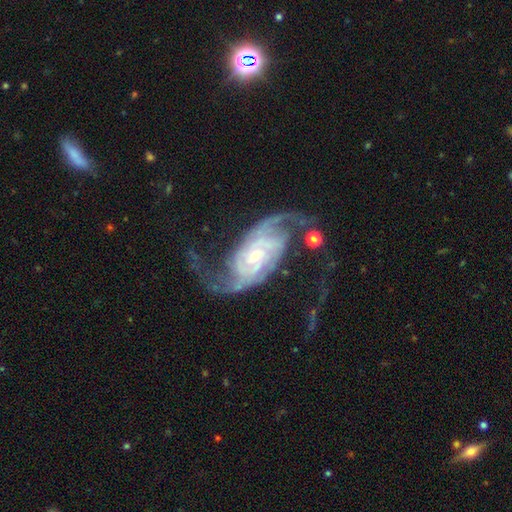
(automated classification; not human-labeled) featured or disk 91%, star or artifact 5%, smooth 4%. Down the decision tree: edge-on disk — no (96%); bar — no (54%); spiral arms — yes (98%); spiral arm count — 2 (74%); spiral winding — medium (45%); bulge size — small (65%); merging — none (57%).